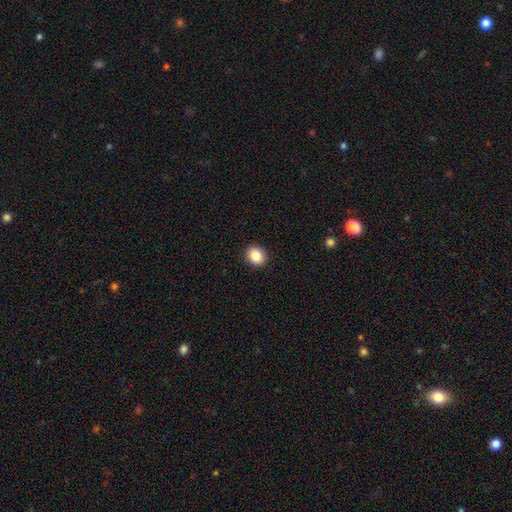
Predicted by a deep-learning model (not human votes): The model was most divided on "how rounded": round: 66%, in between: 33%, cigar-shaped: 1%. More confident: merging — none (92%); smooth or featured — smooth (86%).